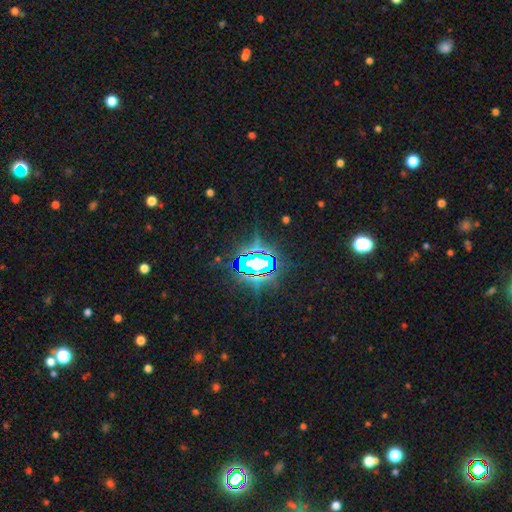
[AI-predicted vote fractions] Morphology: type=star or artifact (80%).